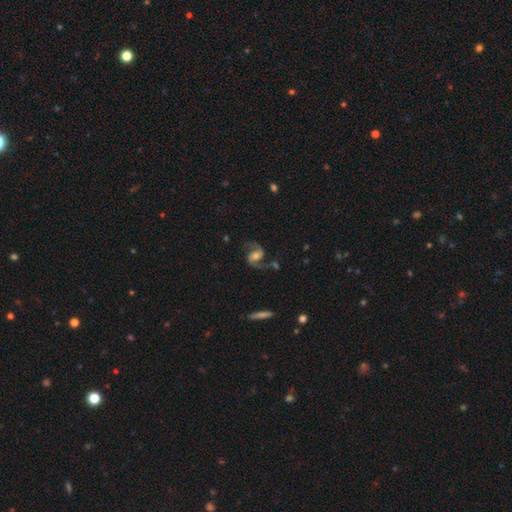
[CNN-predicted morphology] Smooth or featured? featured or disk (87%)
Edge-on disk? no (97%)
Bar? no (43%)
Spiral arms? yes (97%)
Spiral winding? medium (48%)
Spiral arm count? 2 (94%)
Bulge size? moderate (53%)
Merging? none (74%)